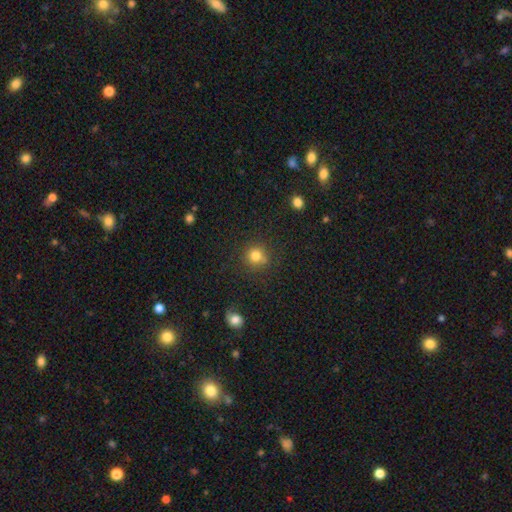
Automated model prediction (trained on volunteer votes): Smooth or featured?
  - smooth: 81% *
  - star or artifact: 13%
  - featured or disk: 6%
How rounded?
  - round: 90% *
  - in between: 9%
  - cigar-shaped: 1%
Merging?
  - none: 79% *
  - minor disturbance: 11%
  - merger: 5%
  - major disturbance: 4%